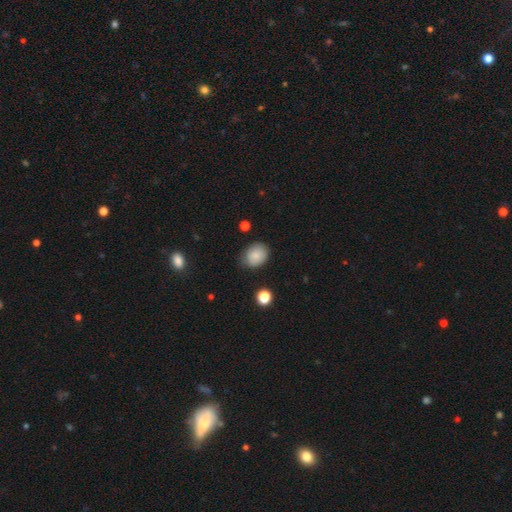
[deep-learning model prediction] Q: Smooth or featured?
A: smooth (84%); runner-up: star or artifact (8%)
Q: How rounded?
A: in between (53%); runner-up: round (47%)
Q: Merging?
A: none (77%); runner-up: minor disturbance (18%)